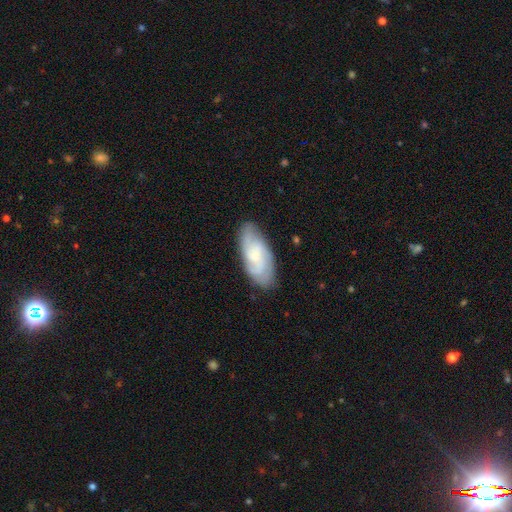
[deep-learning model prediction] Overall: featured or disk (67%; smooth 27%). Edge-on disk: no (94%). Bar: no (60%; weak 34%). Spiral arms: yes (94%). Spiral arm count: 3 (31%; can't tell 26%). Spiral winding: tight (47%; medium 41%). Bulge size: small (59%; moderate 30%). Merging: none (79%).